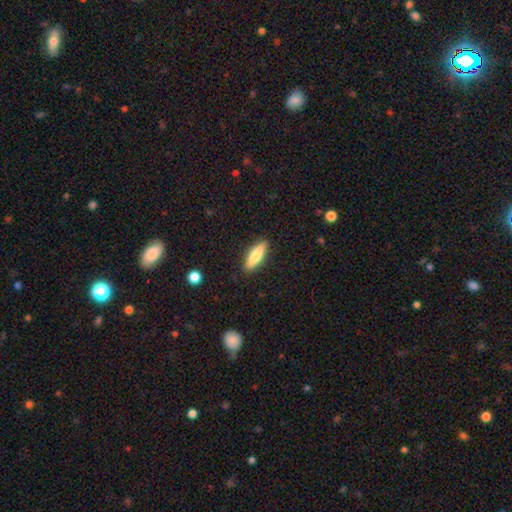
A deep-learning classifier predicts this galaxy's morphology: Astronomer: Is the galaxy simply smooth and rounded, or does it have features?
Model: smooth — 69%.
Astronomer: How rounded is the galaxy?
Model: cigar-shaped — 61% (runner-up: in between, 37%).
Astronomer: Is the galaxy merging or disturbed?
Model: none — 89%.